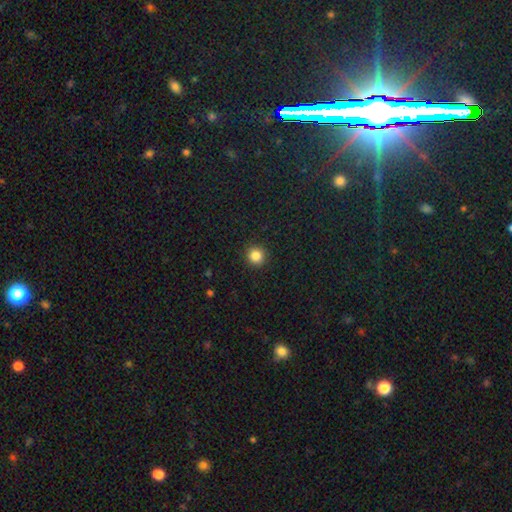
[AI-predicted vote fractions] smooth 85%, star or artifact 11%, featured or disk 4%. Down the decision tree: how rounded — round (94%); merging — none (92%).